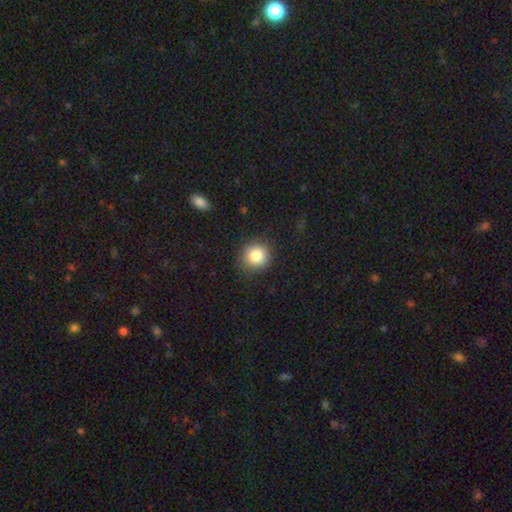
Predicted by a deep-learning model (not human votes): Smooth or featured? Predicted: smooth (p=0.83). How rounded? Predicted: round (p=0.89). Merging? Predicted: none (p=0.85).